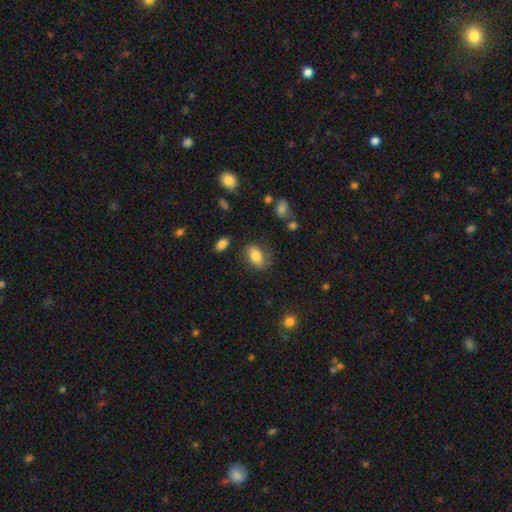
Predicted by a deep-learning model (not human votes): Smooth or featured? Predicted: smooth (p=0.74). How rounded? Predicted: in between (p=0.88). Merging? Predicted: none (p=0.68).